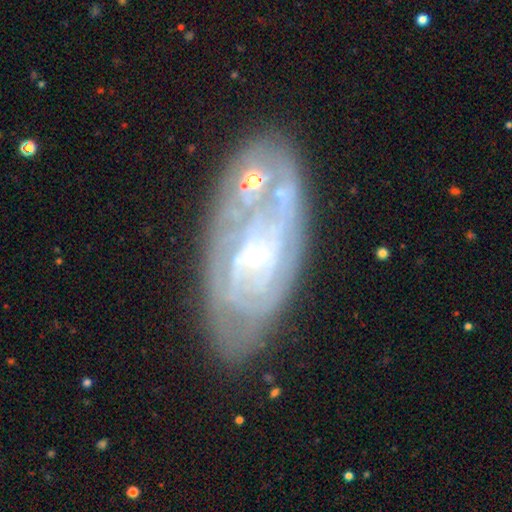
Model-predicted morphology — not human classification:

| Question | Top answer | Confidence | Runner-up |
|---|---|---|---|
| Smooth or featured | featured or disk | 78% | smooth (14%) |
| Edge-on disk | no | 93% | yes (7%) |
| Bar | no | 58% | weak (33%) |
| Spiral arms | yes | 86% | no (14%) |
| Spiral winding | tight | 65% | medium (27%) |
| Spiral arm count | can't tell | 47% | 2 (19%) |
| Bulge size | small | 79% | moderate (13%) |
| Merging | none | 66% | minor disturbance (18%) |